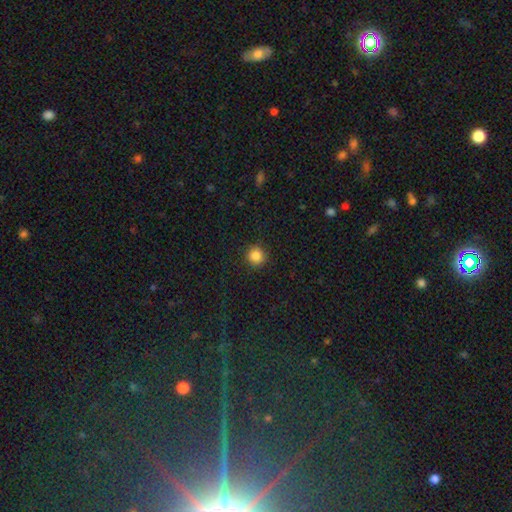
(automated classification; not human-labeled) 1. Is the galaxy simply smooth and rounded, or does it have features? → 85% smooth, 11% star or artifact, 4% featured or disk.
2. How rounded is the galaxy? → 94% round, 5% in between, 1% cigar-shaped.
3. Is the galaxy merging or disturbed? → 91% none, 6% minor disturbance, 2% major disturbance, 1% merger.